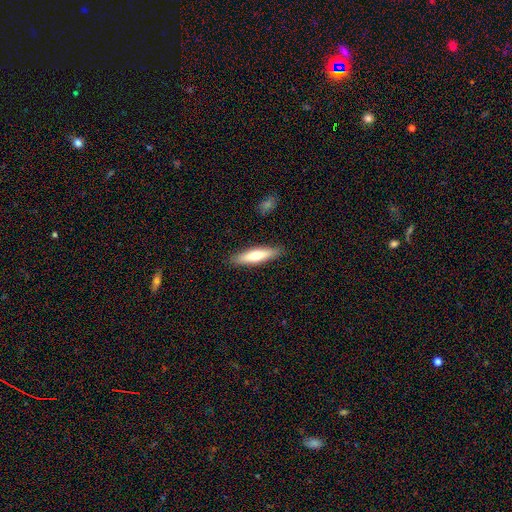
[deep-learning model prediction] The model was most divided on "smooth or featured": smooth: 61%, featured or disk: 34%, star or artifact: 5%. More confident: merging — none (90%); how rounded — cigar-shaped (75%).